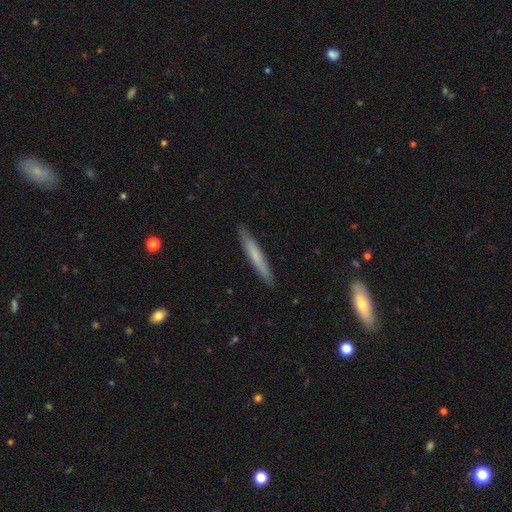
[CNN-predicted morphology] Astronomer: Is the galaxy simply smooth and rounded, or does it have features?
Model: smooth — 64%.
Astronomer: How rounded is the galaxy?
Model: cigar-shaped — 96%.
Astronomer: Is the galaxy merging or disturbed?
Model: none — 91%.